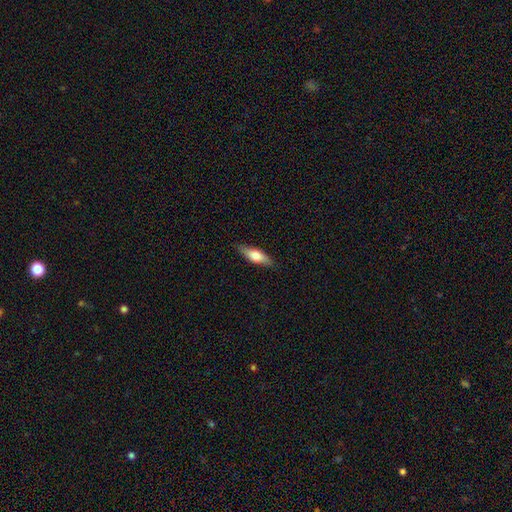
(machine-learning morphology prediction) Q: Smooth or featured?
A: smooth (62%); runner-up: featured or disk (32%)
Q: How rounded?
A: in between (57%); runner-up: cigar-shaped (40%)
Q: Merging?
A: none (84%); runner-up: minor disturbance (13%)